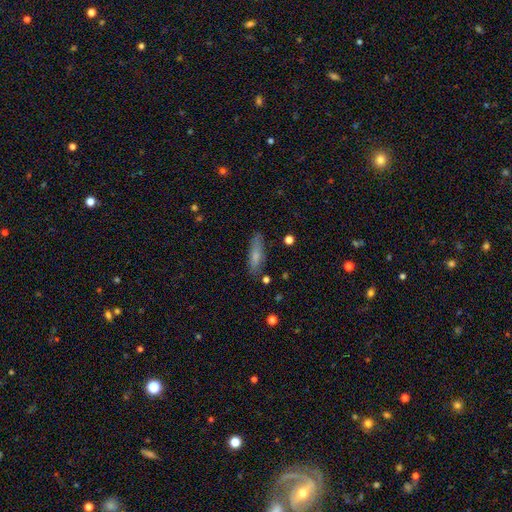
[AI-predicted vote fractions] Smooth or featured?
  - smooth: 70% *
  - featured or disk: 23%
  - star or artifact: 7%
How rounded?
  - cigar-shaped: 63% *
  - in between: 35%
  - round: 2%
Merging?
  - none: 80% *
  - minor disturbance: 15%
  - major disturbance: 3%
  - merger: 3%